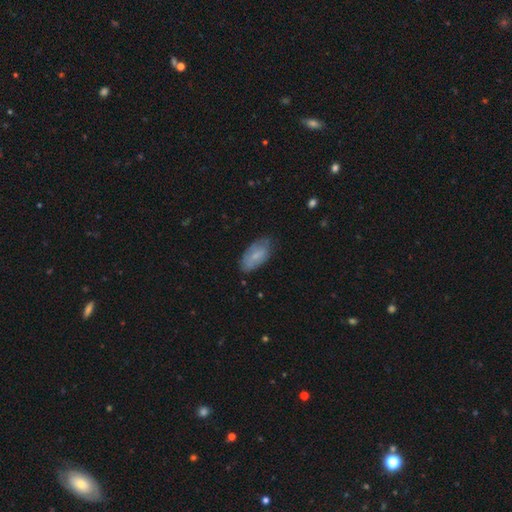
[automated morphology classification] Q: Smooth or featured?
A: smooth (68%); runner-up: featured or disk (25%)
Q: How rounded?
A: in between (92%); runner-up: cigar-shaped (4%)
Q: Merging?
A: none (66%); runner-up: minor disturbance (26%)